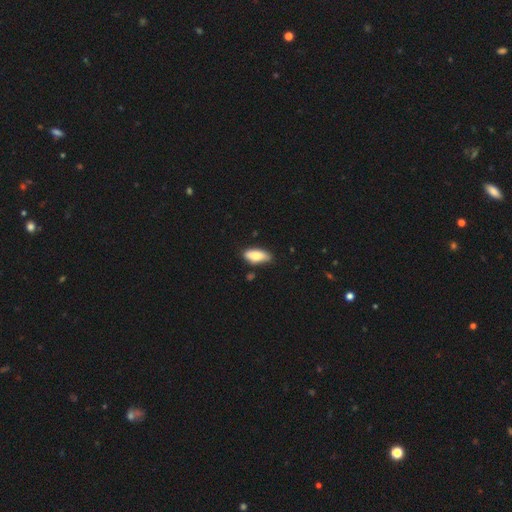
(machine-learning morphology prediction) Smooth or featured? Predicted: smooth (p=0.80). How rounded? Predicted: in between (p=0.84). Merging? Predicted: none (p=0.74).